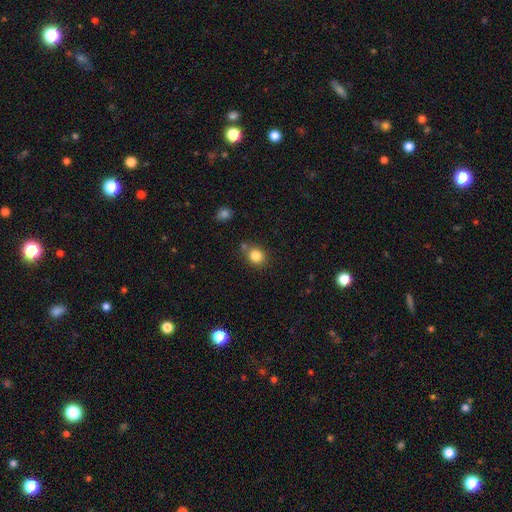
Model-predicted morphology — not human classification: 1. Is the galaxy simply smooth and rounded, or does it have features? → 83% smooth, 11% star or artifact, 6% featured or disk.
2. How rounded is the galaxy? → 81% round, 18% in between, 1% cigar-shaped.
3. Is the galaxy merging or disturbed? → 75% none, 11% minor disturbance, 10% merger, 3% major disturbance.